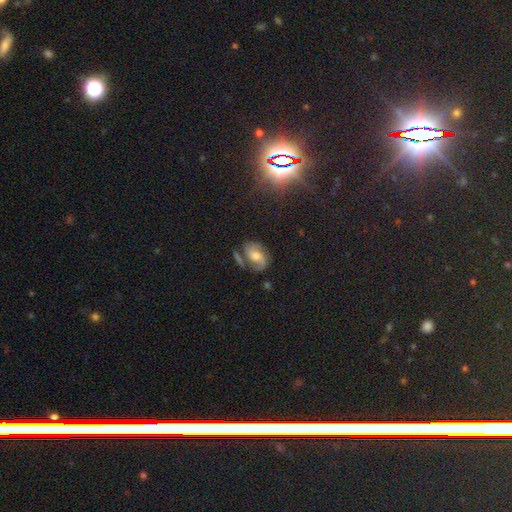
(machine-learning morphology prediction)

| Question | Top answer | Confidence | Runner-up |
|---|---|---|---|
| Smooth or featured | featured or disk | 69% | smooth (19%) |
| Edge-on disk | no | 97% | yes (3%) |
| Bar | no | 58% | weak (33%) |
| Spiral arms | yes | 93% | no (7%) |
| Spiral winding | medium | 48% | tight (30%) |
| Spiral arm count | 2 | 83% | can't tell (7%) |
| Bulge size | moderate | 60% | small (23%) |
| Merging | none | 62% | minor disturbance (20%) |